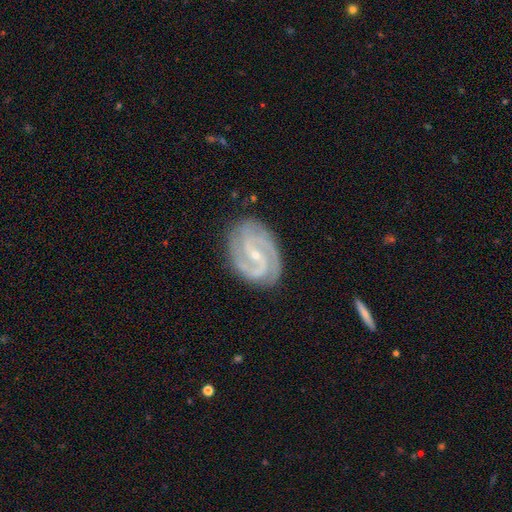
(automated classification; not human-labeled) featured or disk 92%, star or artifact 5%, smooth 4%. Down the decision tree: edge-on disk — no (97%); bar — weak (43%); spiral arms — yes (98%); spiral arm count — 2 (55%); spiral winding — tight (47%); bulge size — small (77%); merging — none (81%).